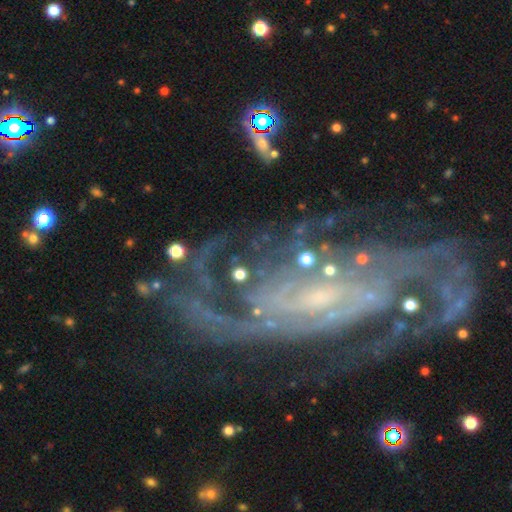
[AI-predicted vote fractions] Overall: featured or disk (90%). Edge-on disk: no (96%). Bar: weak (44%; no 33%). Spiral arms: yes (98%). Spiral arm count: 2 (45%; can't tell 16%). Spiral winding: medium (46%; tight 40%). Bulge size: small (60%). Merging: none (64%).